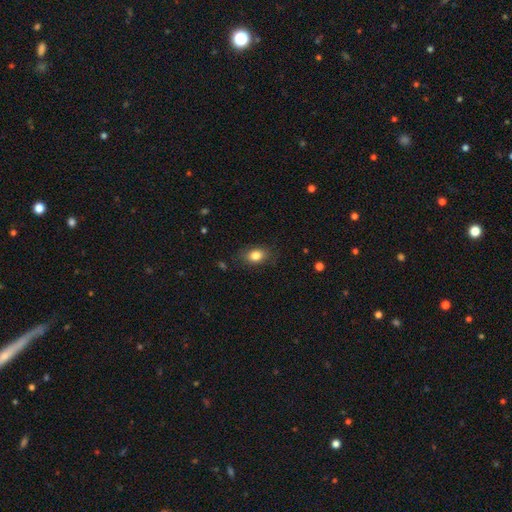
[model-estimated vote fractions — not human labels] smooth 82%, star or artifact 9%, featured or disk 8%. Down the decision tree: how rounded — in between (77%); merging — none (80%).